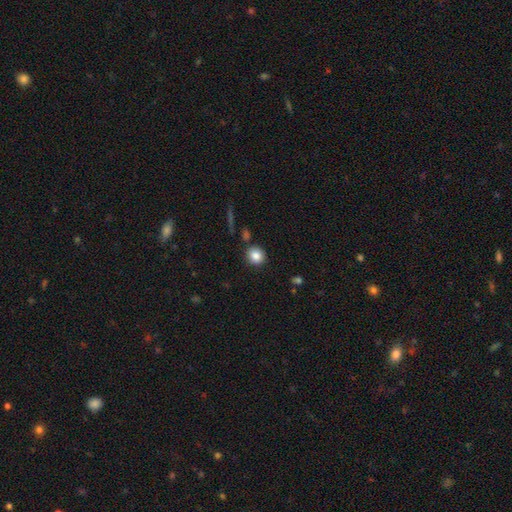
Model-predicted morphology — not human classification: Smooth or featured: smooth — 85% (star or artifact — 10%)
How rounded: round — 86% (in between — 13%)
Merging: none — 86% (minor disturbance — 8%)